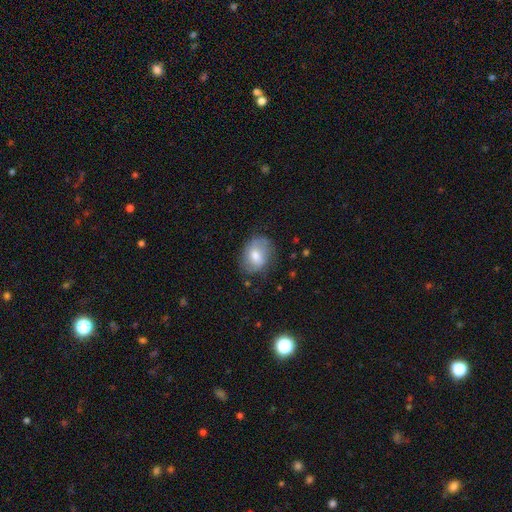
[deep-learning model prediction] smooth 63%, featured or disk 29%, star or artifact 7%. Down the decision tree: how rounded — in between (69%); merging — none (69%).